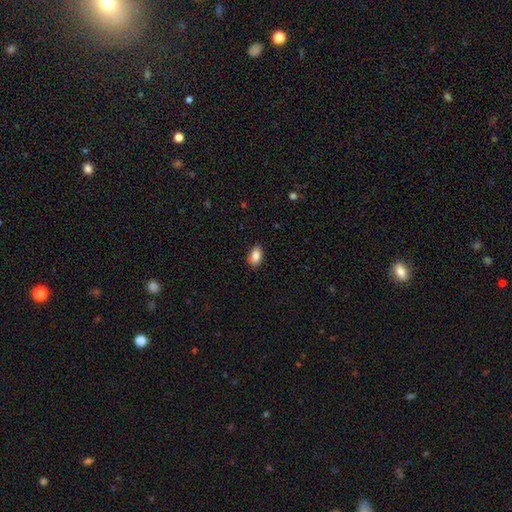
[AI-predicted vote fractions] smooth_or_featured: smooth (p=0.87) [alt: star or artifact p=0.08]
how_rounded: in between (p=0.90) [alt: round p=0.08]
merging: none (p=0.86) [alt: minor disturbance p=0.11]